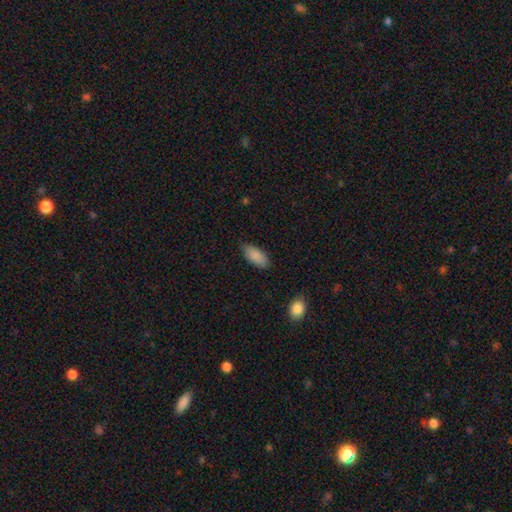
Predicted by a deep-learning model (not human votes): A smooth galaxy with no disk features (86%) that is in between round and cigar-shaped (90%). Merging: none (76%).